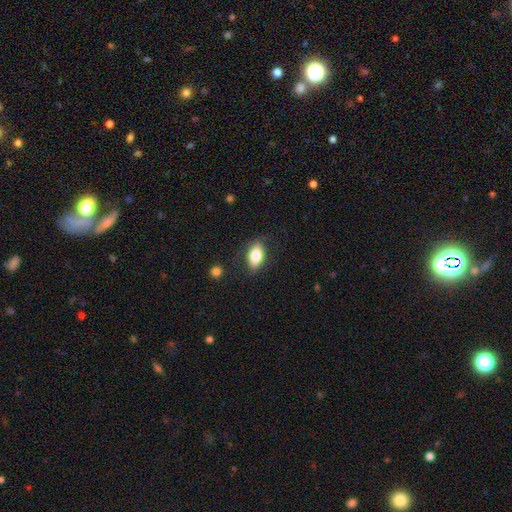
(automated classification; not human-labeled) Q: Smooth or featured?
A: smooth (77%); runner-up: featured or disk (16%)
Q: How rounded?
A: in between (88%); runner-up: round (7%)
Q: Merging?
A: none (78%); runner-up: minor disturbance (15%)